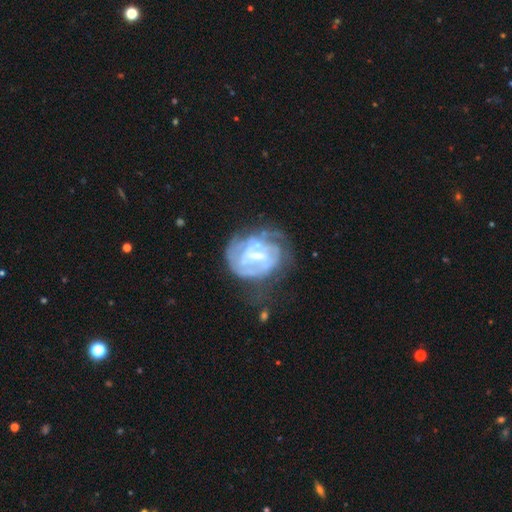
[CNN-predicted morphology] smooth-or-featured: featured or disk: 77% | smooth: 16% | star or artifact: 7%
  disk-edge-on: no: 97% | yes: 3%
    bar: weak: 51% | strong: 25% | no: 24%
    has-spiral-arms: yes: 73% | no: 27%
      spiral-winding: tight: 56% | medium: 32% | loose: 13%
      spiral-arm-count: can't tell: 47% | 2: 29% | 3: 11% | 1: 7% | 4: 4% | more than 4: 3%
    bulge-size: small: 46% | moderate: 40% | none: 8% | large: 4% | dominant: 1%
  merging: none: 43% | major disturbance: 26% | minor disturbance: 24% | merger: 7%